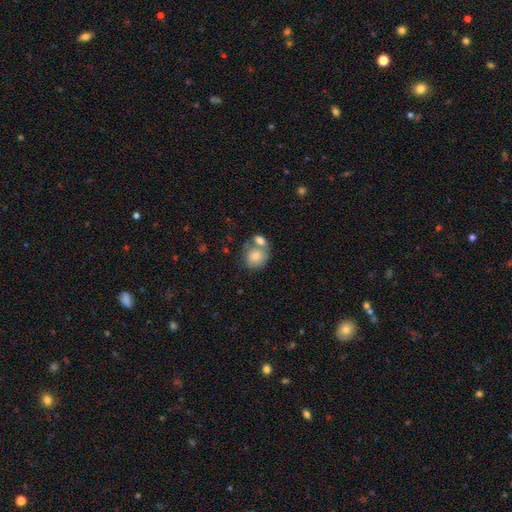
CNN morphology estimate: A smooth galaxy with no disk features (79%) that is round (68%).

Vote fractions:
- Smooth or featured? smooth: 79% / featured or disk: 14% / star or artifact: 7%
- How rounded? round: 68% / in between: 31% / cigar-shaped: 1%
- Merging? merger: 48% / none: 34% / minor disturbance: 12% / major disturbance: 6%